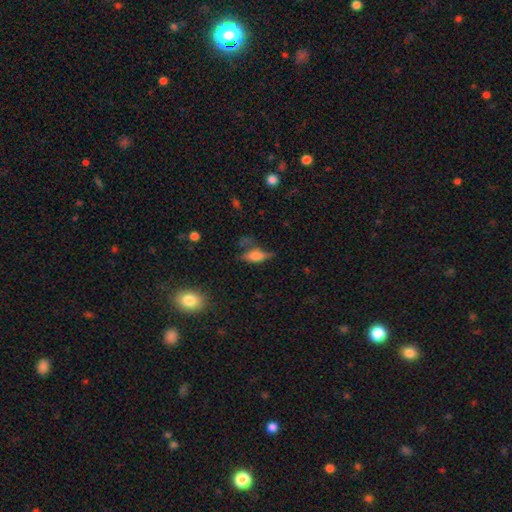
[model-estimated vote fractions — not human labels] Q: Smooth or featured?
A: smooth (56%); runner-up: featured or disk (32%)
Q: How rounded?
A: in between (65%); runner-up: cigar-shaped (29%)
Q: Merging?
A: none (45%); runner-up: minor disturbance (26%)